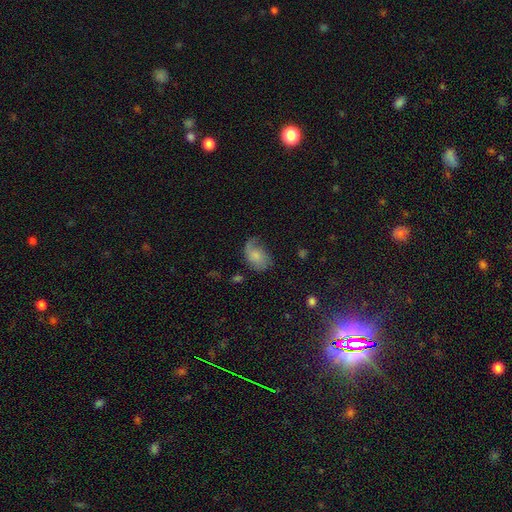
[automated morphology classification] Smooth or featured? smooth (56%)
How rounded? in between (84%)
Merging? none (43%)